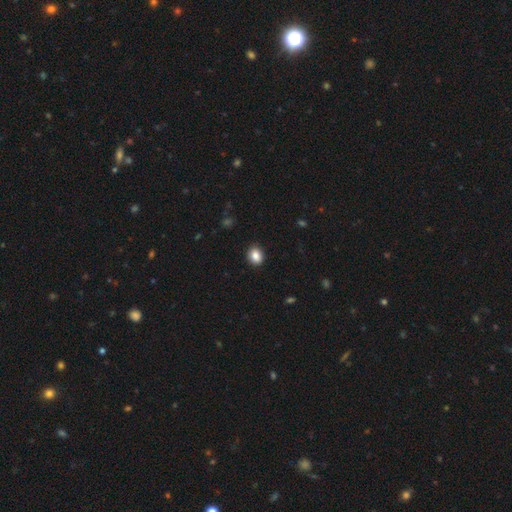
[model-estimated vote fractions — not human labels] Q: Smooth or featured?
A: smooth (86%); runner-up: star or artifact (9%)
Q: How rounded?
A: round (55%); runner-up: in between (44%)
Q: Merging?
A: none (91%); runner-up: minor disturbance (7%)